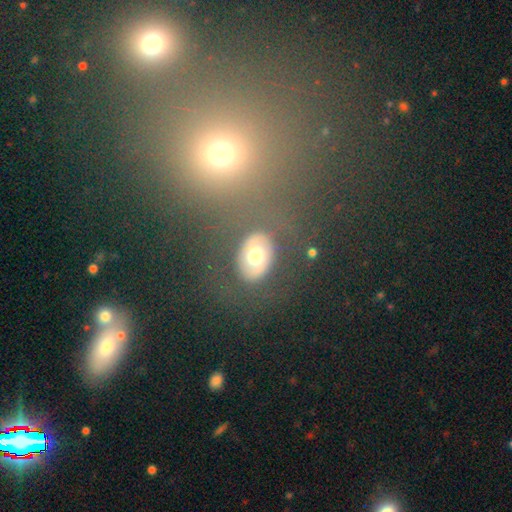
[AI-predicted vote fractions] A smooth galaxy with no disk features (56%) that is in between round and cigar-shaped (67%). Merging: none (77%).